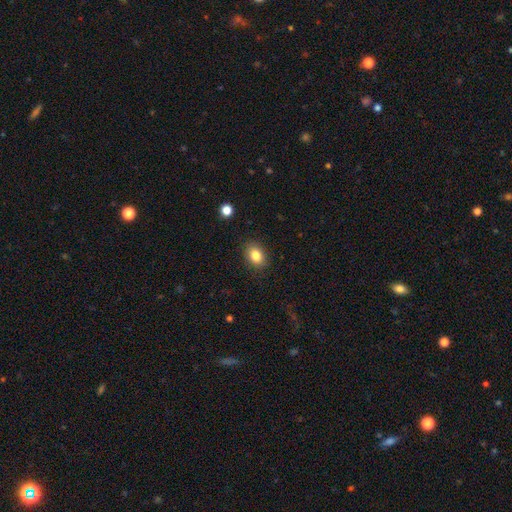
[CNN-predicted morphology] Smooth or featured?
  - smooth: 83% *
  - star or artifact: 9%
  - featured or disk: 7%
How rounded?
  - in between: 72% *
  - round: 27%
  - cigar-shaped: 1%
Merging?
  - none: 88% *
  - minor disturbance: 9%
  - major disturbance: 2%
  - merger: 1%